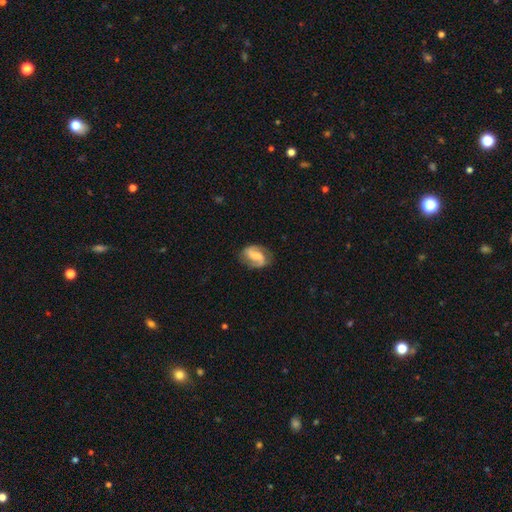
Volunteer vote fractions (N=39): This appears to be a featured or disk galaxy (95%) with a weak bar (62%), 2 (94%) loose (67%) spiral arms (97%) and a moderate central bulge (41%). Merging: none (71%).